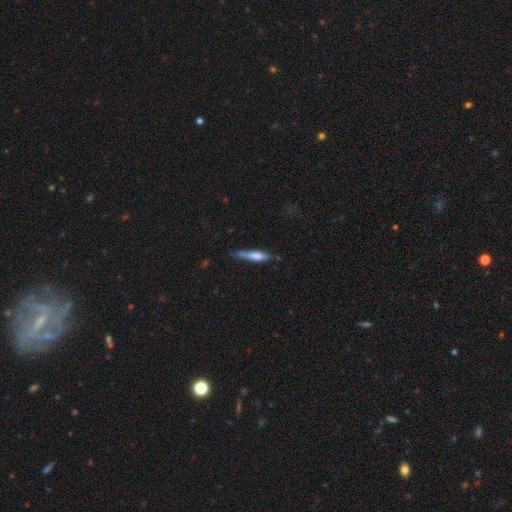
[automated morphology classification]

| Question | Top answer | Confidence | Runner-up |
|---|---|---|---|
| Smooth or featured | smooth | 67% | featured or disk (26%) |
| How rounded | cigar-shaped | 83% | in between (16%) |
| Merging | none | 52% | minor disturbance (33%) |